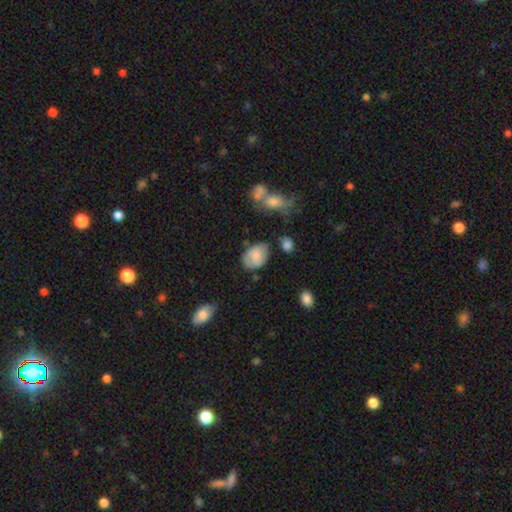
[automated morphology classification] smooth 76%, featured or disk 17%, star or artifact 7%. Down the decision tree: how rounded — in between (82%); merging — none (67%).